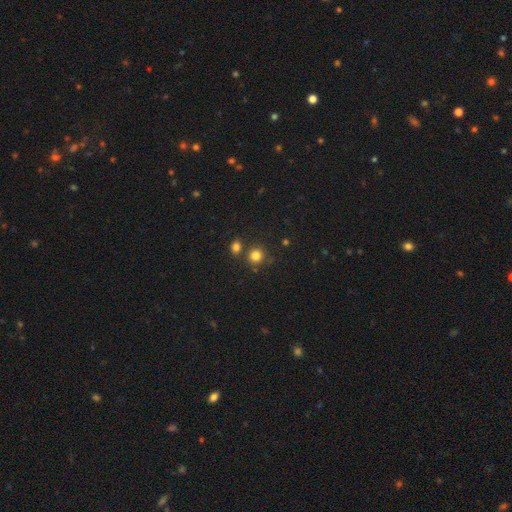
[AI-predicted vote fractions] smooth 80%, star or artifact 14%, featured or disk 5%. Down the decision tree: how rounded — round (89%); merging — none (75%).